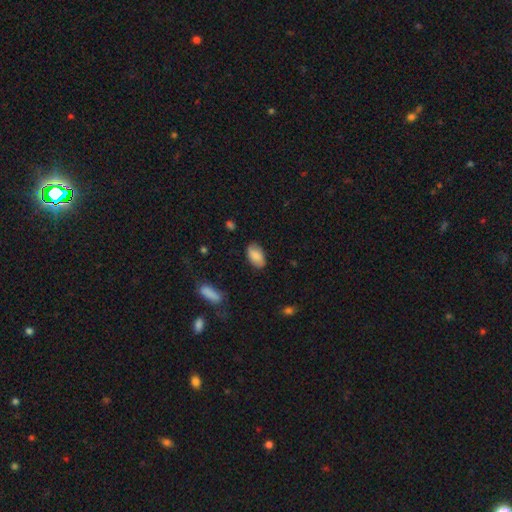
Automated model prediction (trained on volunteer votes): smooth_or_featured: smooth (p=0.84) [alt: featured or disk p=0.09]
how_rounded: in between (p=0.94) [alt: round p=0.04]
merging: none (p=0.84) [alt: minor disturbance p=0.12]